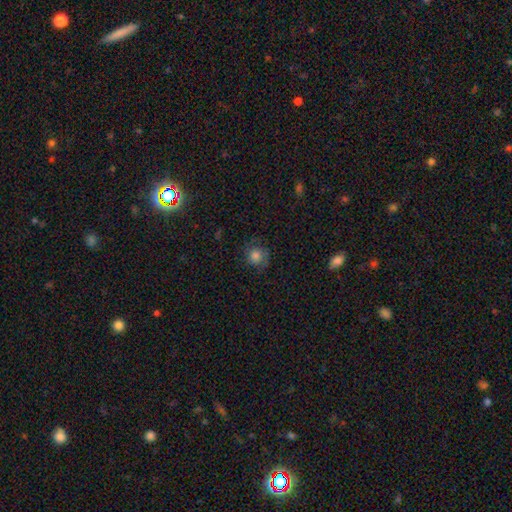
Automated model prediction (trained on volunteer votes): A smooth galaxy with no disk features (63%) that is round (87%). Merging: none (71%).